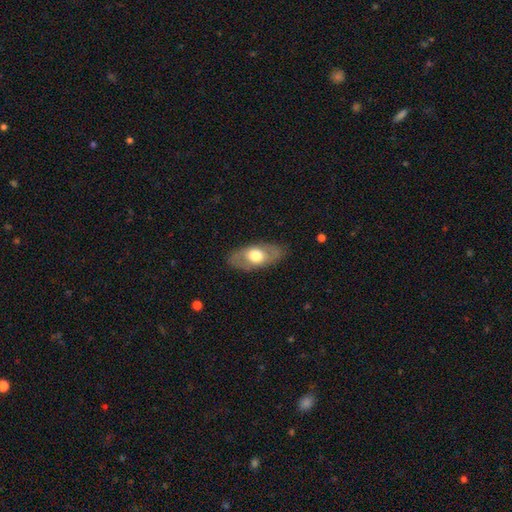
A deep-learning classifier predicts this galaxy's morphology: type=smooth (51%); roundness=in between (88%); merging=none (82%).